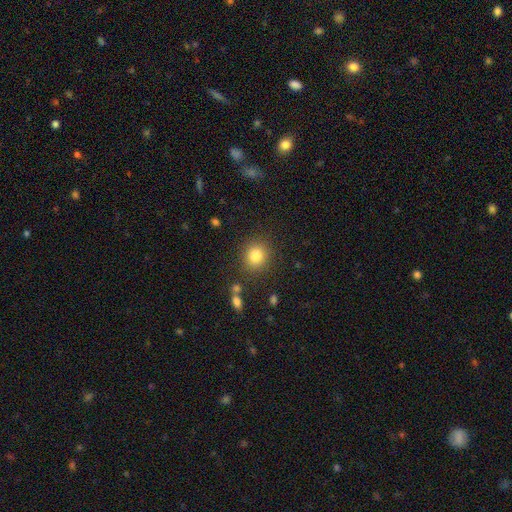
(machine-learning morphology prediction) A smooth galaxy with no disk features (82%) that is round (85%).

Vote fractions:
- Smooth or featured? smooth: 82% / star or artifact: 11% / featured or disk: 7%
- How rounded? round: 85% / in between: 14% / cigar-shaped: 1%
- Merging? none: 85% / minor disturbance: 8% / major disturbance: 3% / merger: 3%